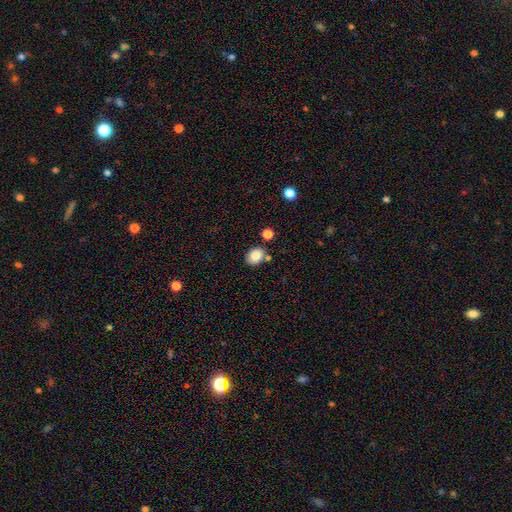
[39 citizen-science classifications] Smooth or featured?
  - smooth: 87% *
  - featured or disk: 8%
  - star or artifact: 5%
How rounded?
  - in between: 65% *
  - round: 35%
  - cigar-shaped: 0%
Merging?
  - none: 76% *
  - merger: 11%
  - minor disturbance: 8%
  - major disturbance: 5%